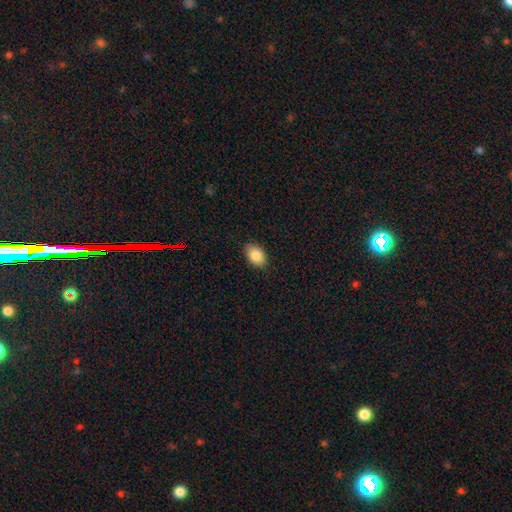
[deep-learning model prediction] Smooth or featured? smooth (87%)
How rounded? in between (86%)
Merging? none (86%)